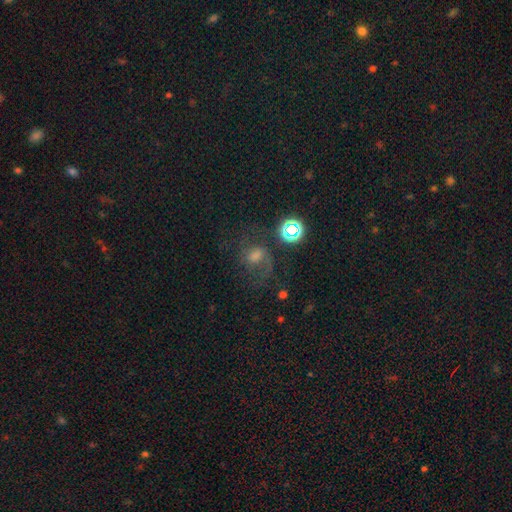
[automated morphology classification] Smooth or featured: featured or disk — 43% (smooth — 29%)
Merging: none — 52% (major disturbance — 23%)